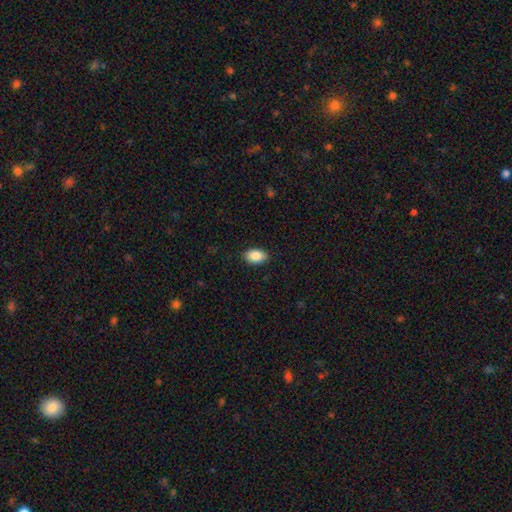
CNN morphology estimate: smooth 87%, star or artifact 7%, featured or disk 5%. Down the decision tree: how rounded — in between (90%); merging — none (88%).